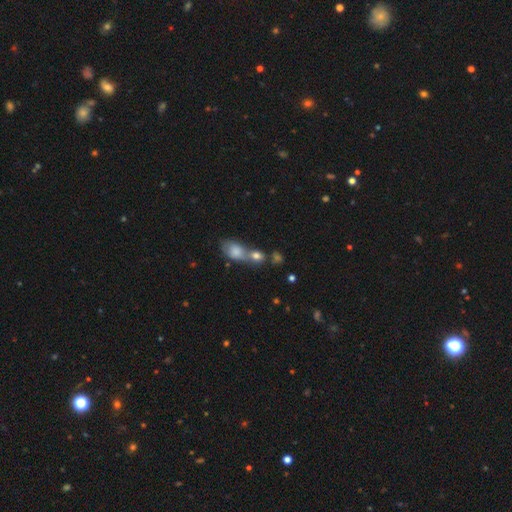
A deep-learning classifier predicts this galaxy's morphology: Smooth or featured?
  - smooth: 66% *
  - star or artifact: 18%
  - featured or disk: 16%
How rounded?
  - in between: 60% *
  - round: 33%
  - cigar-shaped: 7%
Merging?
  - merger: 57% *
  - none: 27%
  - minor disturbance: 9%
  - major disturbance: 6%